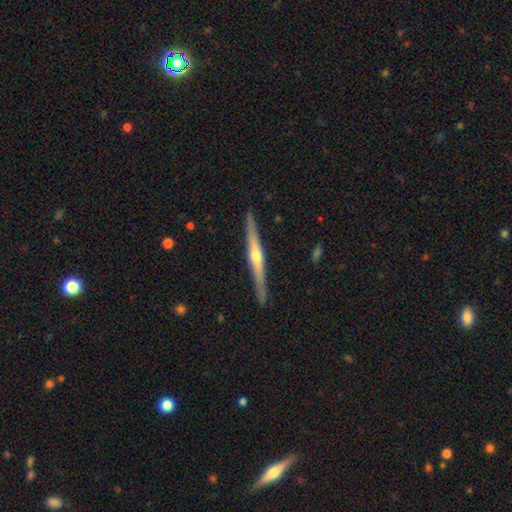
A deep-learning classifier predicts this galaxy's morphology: A featured or disk galaxy (76%) viewed edge-on (98%) with a rounded central bulge (88%).

Vote fractions:
- Smooth or featured? featured or disk: 76% / smooth: 19% / star or artifact: 5%
- Edge-on disk? yes: 98% / no: 2%
- Edge-on bulge? rounded: 88% / none: 8% / boxy: 3%
- Merging? none: 90% / minor disturbance: 8% / major disturbance: 1% / merger: 1%